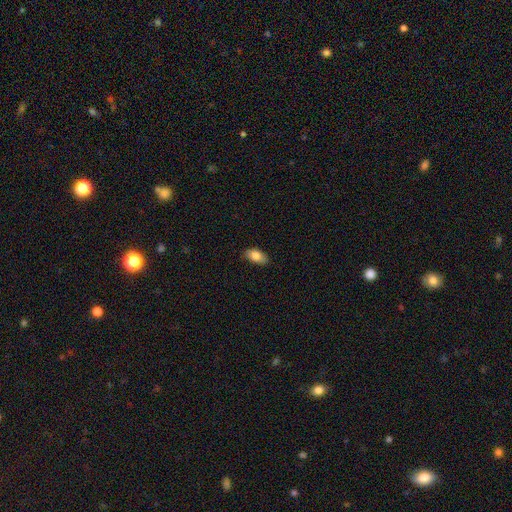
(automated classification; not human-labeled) This is clearly a smooth galaxy (82%). How rounded: clearly in between (92%). Merging: clearly none (84%).